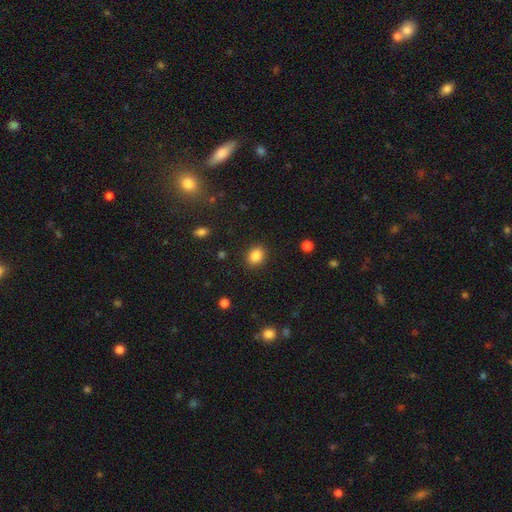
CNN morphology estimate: A smooth galaxy with no disk features (86%) that is round (51%).

Vote fractions:
- Smooth or featured? smooth: 86% / star or artifact: 10% / featured or disk: 5%
- How rounded? round: 51% / in between: 48% / cigar-shaped: 1%
- Merging? none: 88% / minor disturbance: 8% / major disturbance: 3% / merger: 1%